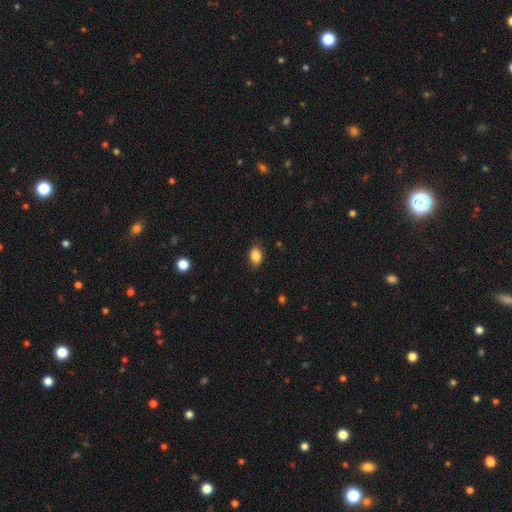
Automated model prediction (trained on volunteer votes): Smooth or featured? Predicted: smooth (p=0.86). How rounded? Predicted: in between (p=0.77). Merging? Predicted: none (p=0.80).